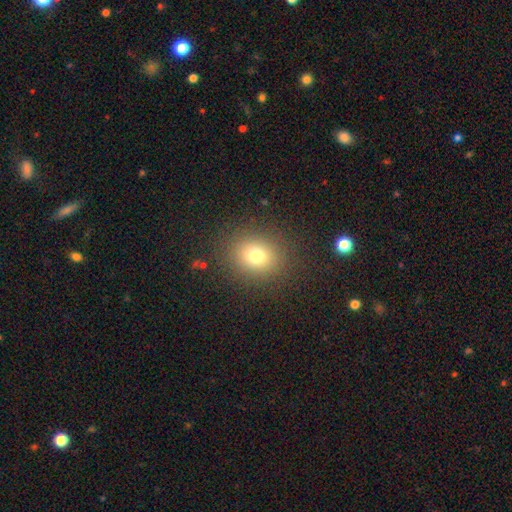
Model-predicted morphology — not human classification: Smooth or featured? smooth (74%)
How rounded? round (70%)
Merging? none (87%)